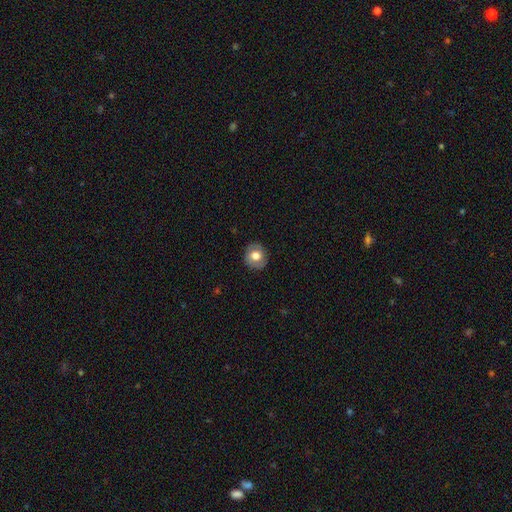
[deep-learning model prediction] This is likely a smooth galaxy (63%). How rounded: clearly round (80%). Merging: clearly none (85%).